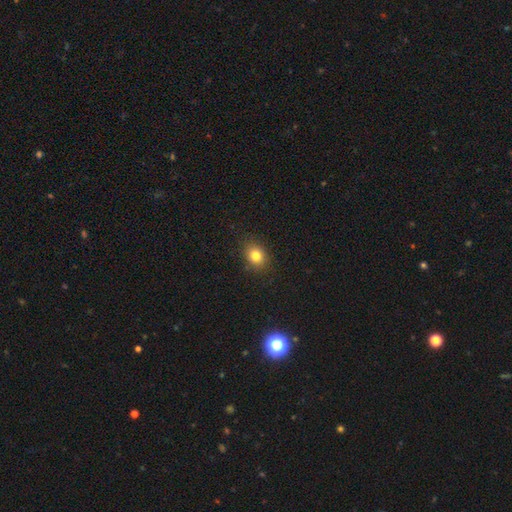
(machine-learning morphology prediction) This is clearly a smooth galaxy (82%). How rounded: likely round (61%). Merging: clearly none (87%).